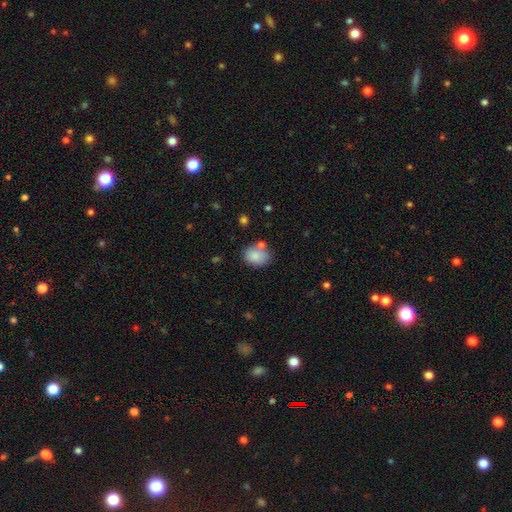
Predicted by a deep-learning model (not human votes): This is clearly a smooth galaxy (85%). How rounded: possibly in between (56%). Merging: likely none (69%).